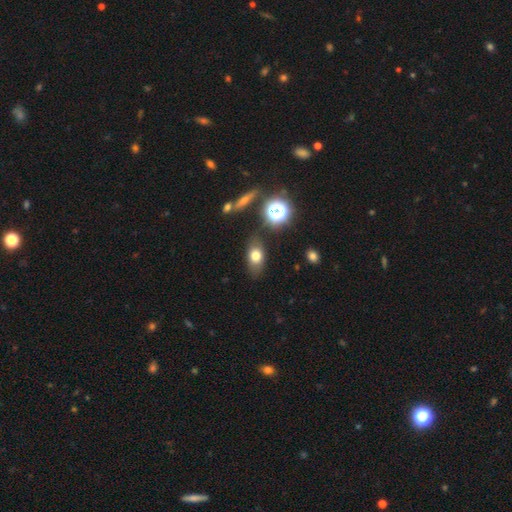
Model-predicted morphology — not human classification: Smooth or featured: smooth — 71% (featured or disk — 16%)
How rounded: in between — 76% (round — 19%)
Merging: none — 76% (minor disturbance — 15%)